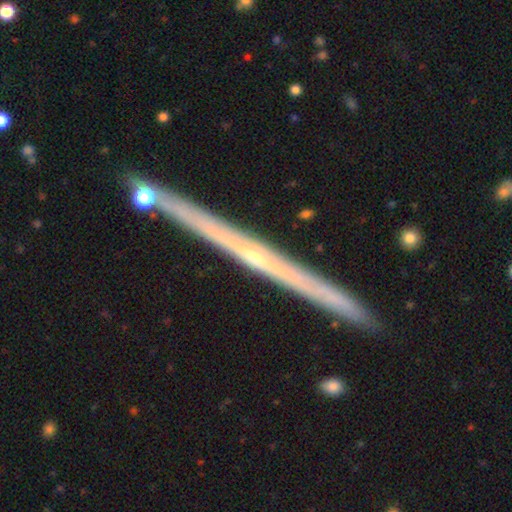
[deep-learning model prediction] Smooth or featured? featured or disk (81%)
Edge-on disk? yes (98%)
Edge-on bulge? none (55%)
Merging? none (90%)